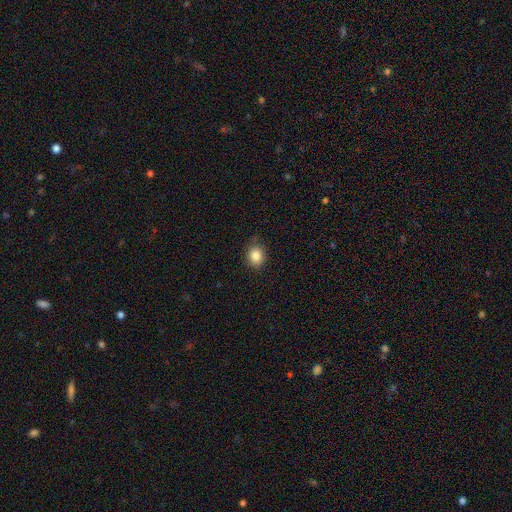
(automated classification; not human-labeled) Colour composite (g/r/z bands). It shows a smooth galaxy with no disk features (84%) that is round (67%). Merging: none (80%).